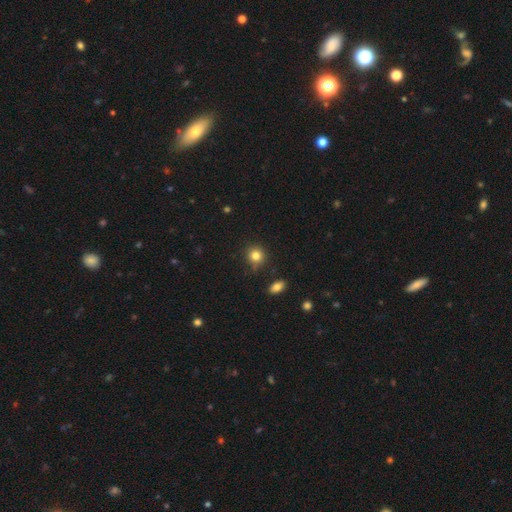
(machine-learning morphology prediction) Smooth or featured? Predicted: smooth (p=0.83). How rounded? Predicted: round (p=0.87). Merging? Predicted: none (p=0.83).